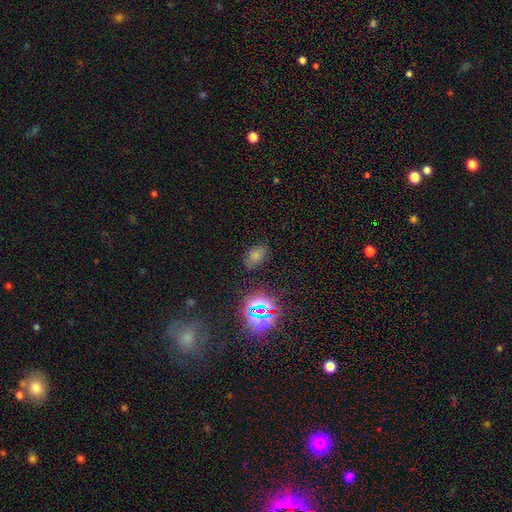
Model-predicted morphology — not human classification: The model was most divided on "smooth or featured": smooth: 64%, star or artifact: 27%, featured or disk: 9%. More confident: how rounded — in between (86%); merging — none (82%).